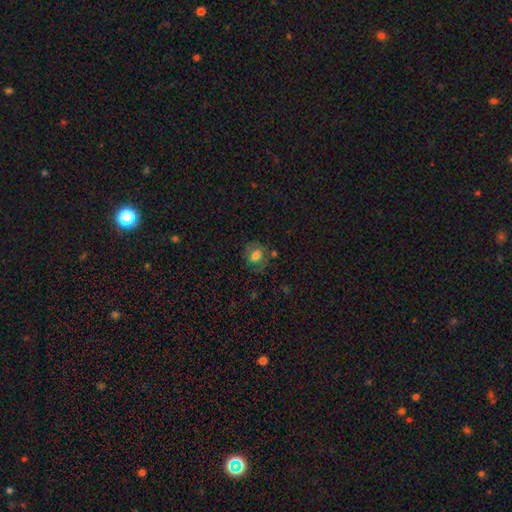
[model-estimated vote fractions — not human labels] A smooth galaxy with no disk features (62%) that is round (61%). Merging: none (66%).